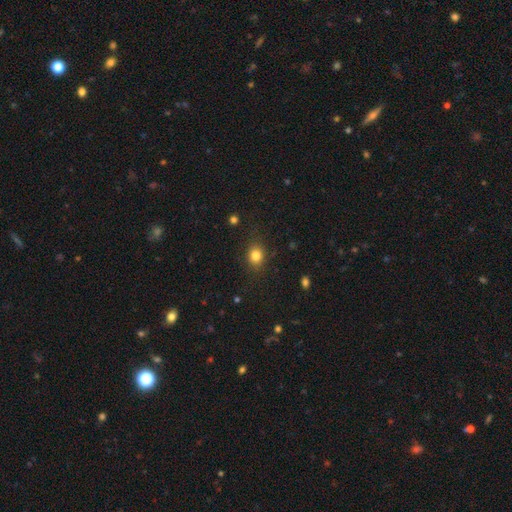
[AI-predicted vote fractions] Morphology: type=smooth (82%); roundness=round (63%); merging=none (83%).